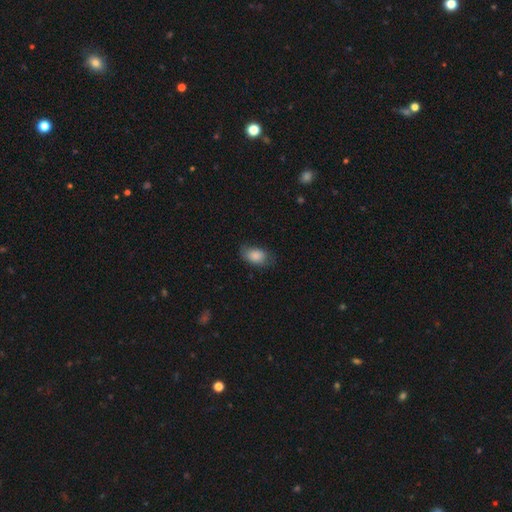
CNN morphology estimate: Smooth or featured? Predicted: smooth (p=0.86). How rounded? Predicted: in between (p=0.88). Merging? Predicted: none (p=0.67).